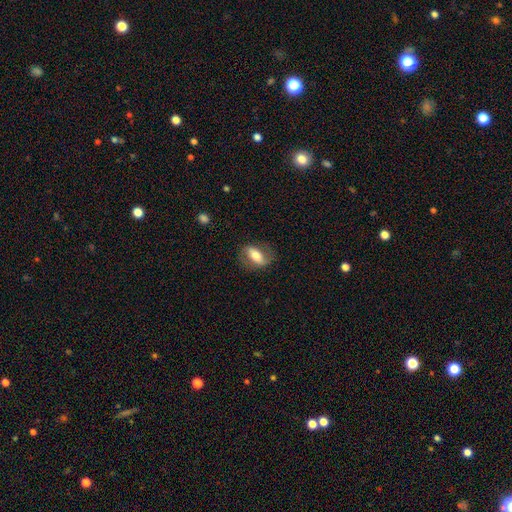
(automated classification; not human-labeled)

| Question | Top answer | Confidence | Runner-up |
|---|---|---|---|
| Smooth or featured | smooth | 48% | featured or disk (45%) |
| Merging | none | 73% | minor disturbance (18%) |